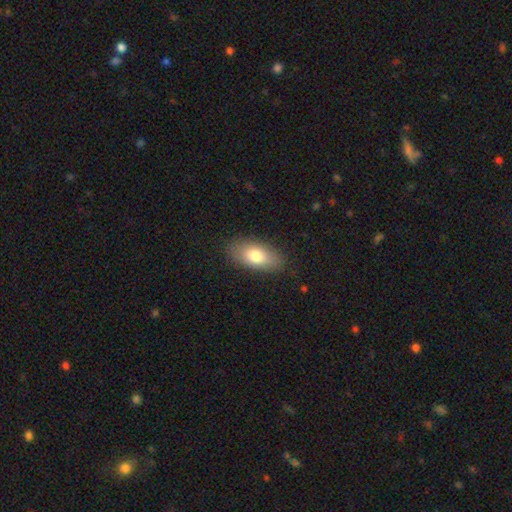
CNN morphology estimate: Smooth or featured?
  - smooth: 78% *
  - featured or disk: 15%
  - star or artifact: 7%
How rounded?
  - in between: 90% *
  - cigar-shaped: 6%
  - round: 4%
Merging?
  - none: 85% *
  - minor disturbance: 11%
  - major disturbance: 3%
  - merger: 1%